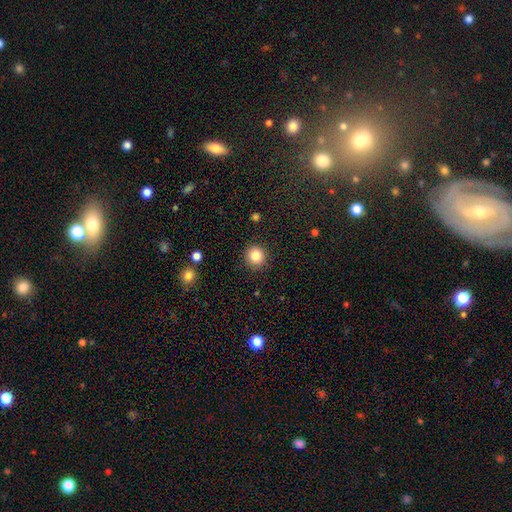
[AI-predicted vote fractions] Smooth or featured? smooth (84%)
How rounded? round (90%)
Merging? none (90%)